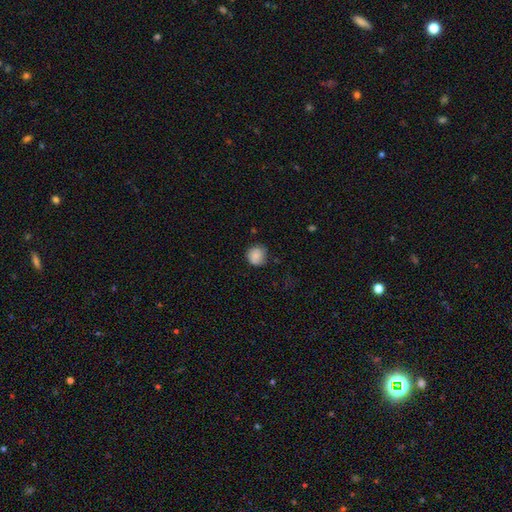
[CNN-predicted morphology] Overall: smooth (84%). How rounded: round (88%). Merging: none (73%).